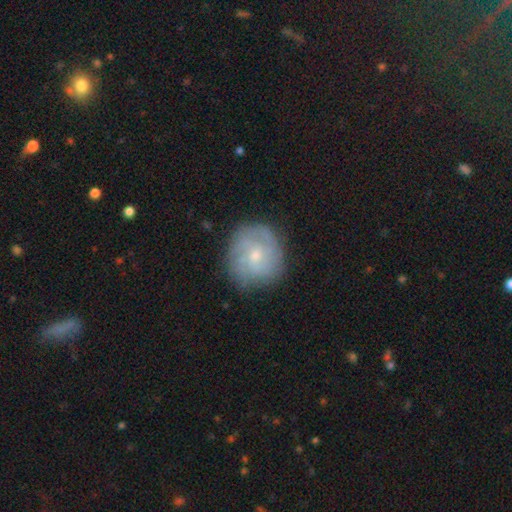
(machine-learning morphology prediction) This is likely a featured or disk galaxy (63%). It is clearly not viewed edge-on (98%). Bar: likely no (69%). Spiral arm pattern: clearly yes (86%). Spiral arm count: marginally can't tell (43%). Spiral winding: possibly tight (56%). Central bulge: likely small (61%). Merging: likely none (79%).